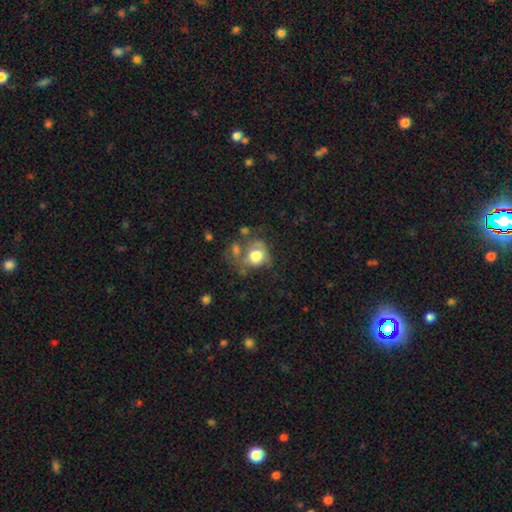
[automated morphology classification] A smooth galaxy with no disk features (64%) that is round (61%). Merging: none (29%).